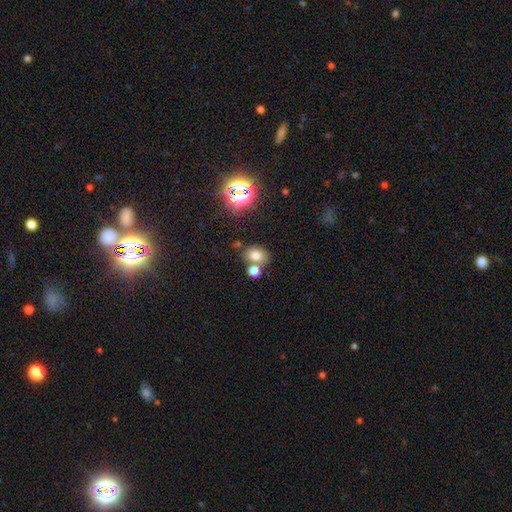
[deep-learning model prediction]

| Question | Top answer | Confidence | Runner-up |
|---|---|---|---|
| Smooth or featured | smooth | 71% | star or artifact (19%) |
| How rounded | in between | 53% | round (46%) |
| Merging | none | 62% | merger (22%) |